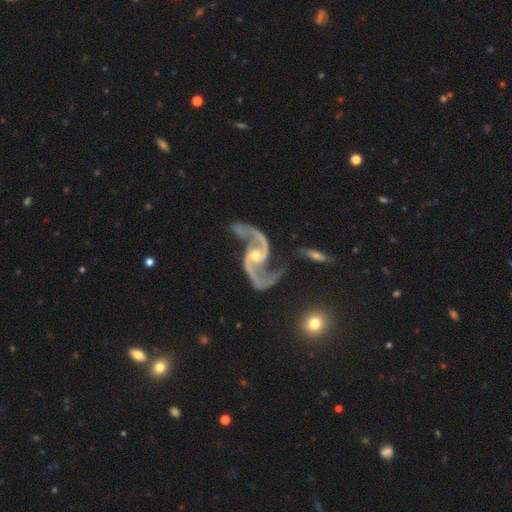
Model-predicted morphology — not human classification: Smooth or featured?
  - featured or disk: 94% *
  - star or artifact: 4%
  - smooth: 2%
Edge-on disk?
  - no: 98% *
  - yes: 2%
Bar?
  - no: 56% *
  - weak: 32%
  - strong: 13%
Spiral arms?
  - yes: 98% *
  - no: 2%
Spiral winding?
  - loose: 67% *
  - medium: 27%
  - tight: 6%
Spiral arm count?
  - 2: 94% *
  - 1: 1%
  - can't tell: 1%
  - 3: 1%
  - 4: 1%
  - more than 4: 1%
Bulge size?
  - moderate: 50% *
  - small: 45%
  - large: 2%
  - none: 2%
  - dominant: 1%
Merging?
  - none: 57% *
  - minor disturbance: 19%
  - major disturbance: 17%
  - merger: 8%